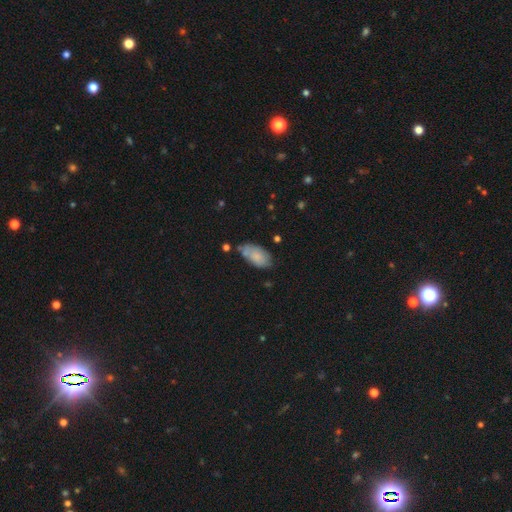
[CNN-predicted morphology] This appears to be a smooth galaxy with no disk features (75%) that is in between round and cigar-shaped (93%). Merging: none (54%).